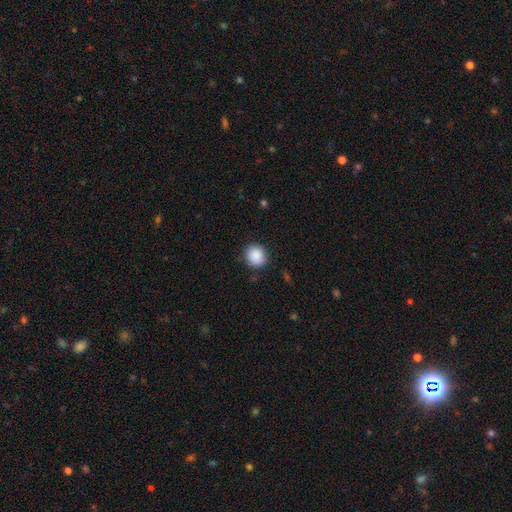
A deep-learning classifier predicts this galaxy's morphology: Overall: smooth (89%). How rounded: round (86%). Merging: none (87%).